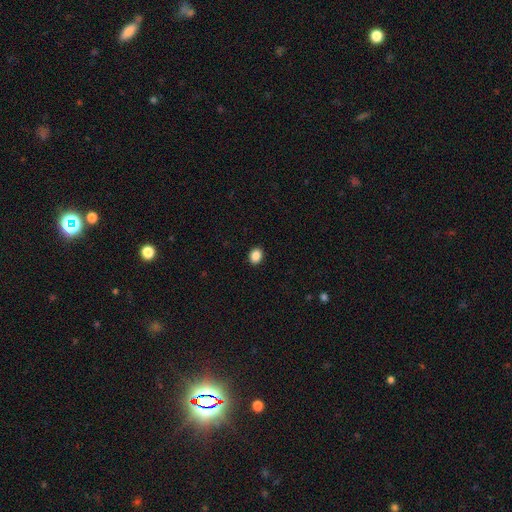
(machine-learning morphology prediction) Q: Smooth or featured?
A: smooth (88%); runner-up: star or artifact (9%)
Q: How rounded?
A: in between (53%); runner-up: round (46%)
Q: Merging?
A: none (92%); runner-up: minor disturbance (6%)